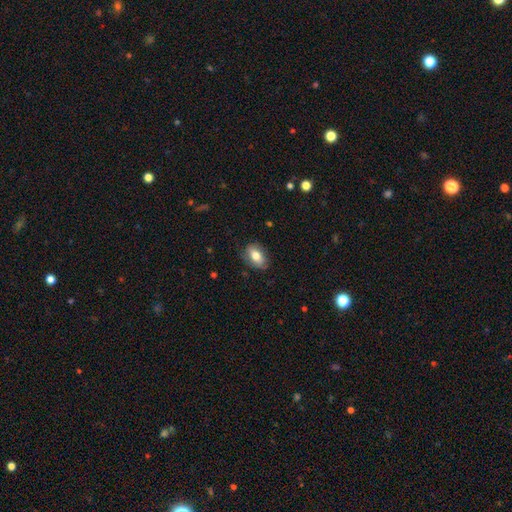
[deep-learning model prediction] Morphology: type=smooth (71%); roundness=in between (89%); merging=none (76%).